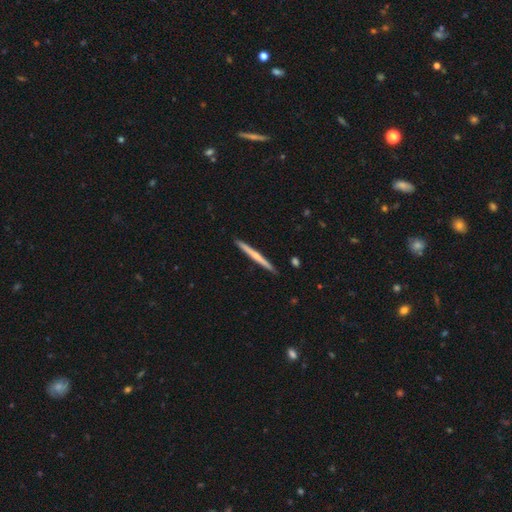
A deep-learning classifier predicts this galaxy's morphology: This is possibly a featured or disk galaxy (54%). It is clearly viewed edge-on (98%). Edge-on bulge: possibly none (49%). Merging: clearly none (92%).